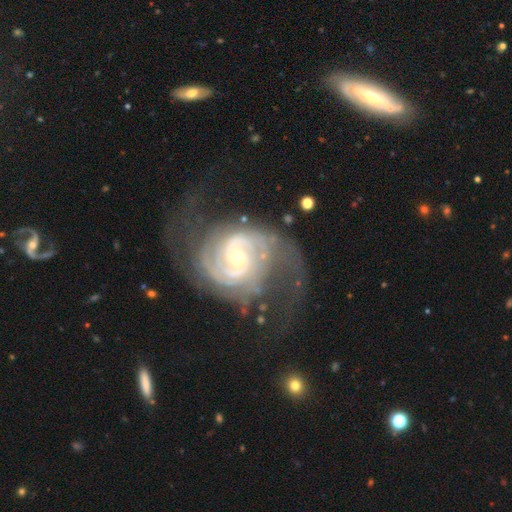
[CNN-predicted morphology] This is clearly a featured or disk galaxy (90%). It is clearly not viewed edge-on (97%). Bar: marginally no (45%). Spiral arm pattern: clearly yes (97%). Spiral arm count: likely 2 (76%). Spiral winding: possibly medium (47%). Central bulge: possibly small (52%). Merging: likely none (62%).